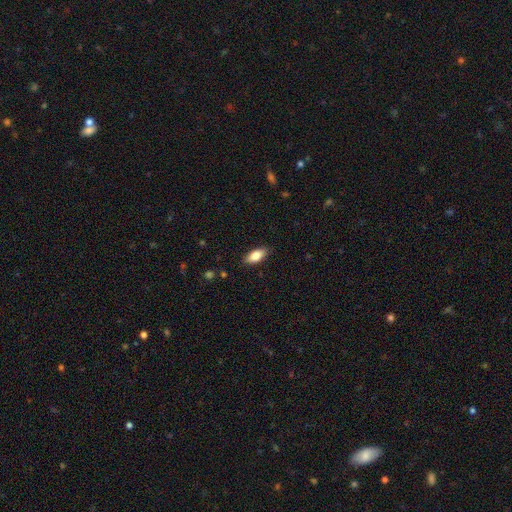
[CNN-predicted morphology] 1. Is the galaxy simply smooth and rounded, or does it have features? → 79% smooth, 14% featured or disk, 7% star or artifact.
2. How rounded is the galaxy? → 86% in between, 11% cigar-shaped, 3% round.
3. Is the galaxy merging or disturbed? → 87% none, 10% minor disturbance, 2% major disturbance, 1% merger.